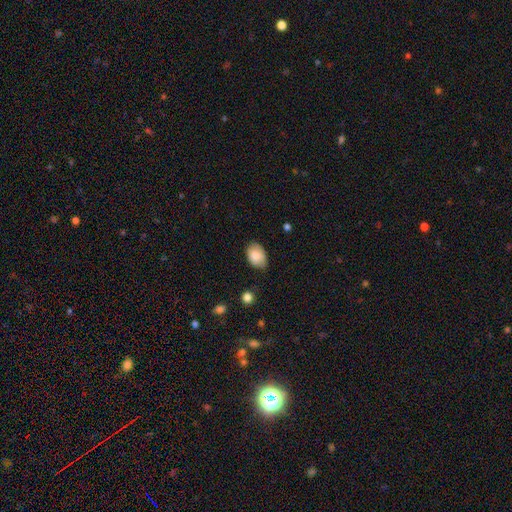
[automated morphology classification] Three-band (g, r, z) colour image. It shows a smooth galaxy with no disk features (85%) that is in between round and cigar-shaped (84%). Merging: none (72%).